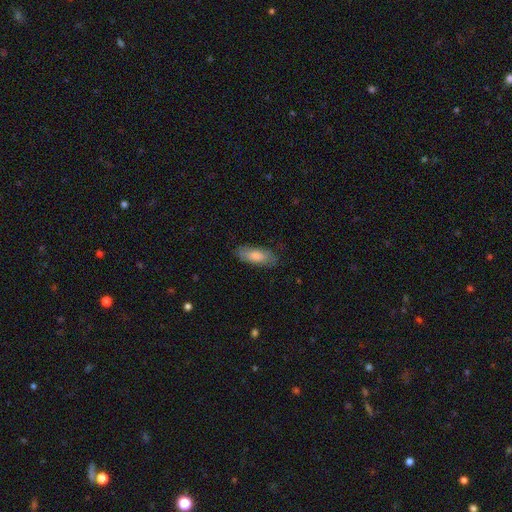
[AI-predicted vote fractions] Overall: smooth (75%). How rounded: in between (75%). Merging: none (80%).